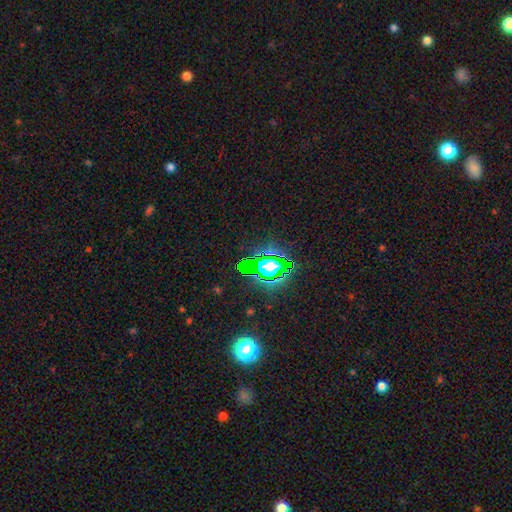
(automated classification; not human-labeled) Overall: star or artifact (80%).